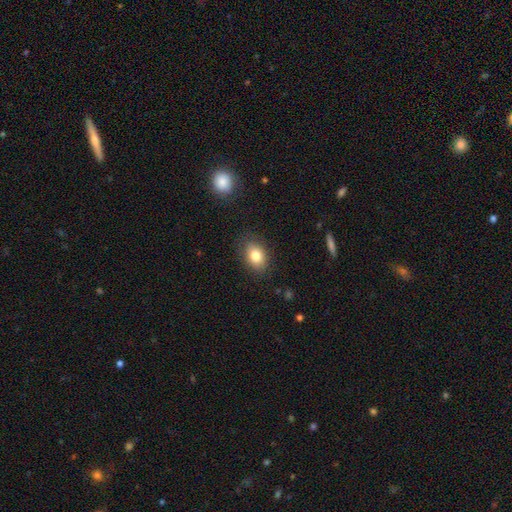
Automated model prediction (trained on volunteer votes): Morphology: type=smooth (81%); roundness=in between (77%); merging=none (84%).